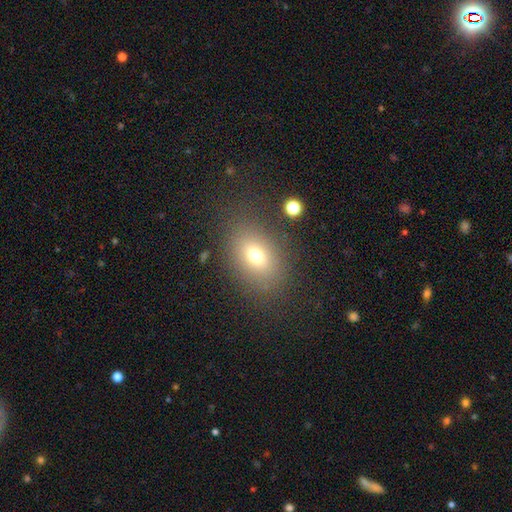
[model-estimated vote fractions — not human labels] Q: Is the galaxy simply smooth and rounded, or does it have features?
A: smooth — 71%.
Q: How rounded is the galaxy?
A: in between — 73%.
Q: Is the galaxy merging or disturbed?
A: none — 80%.